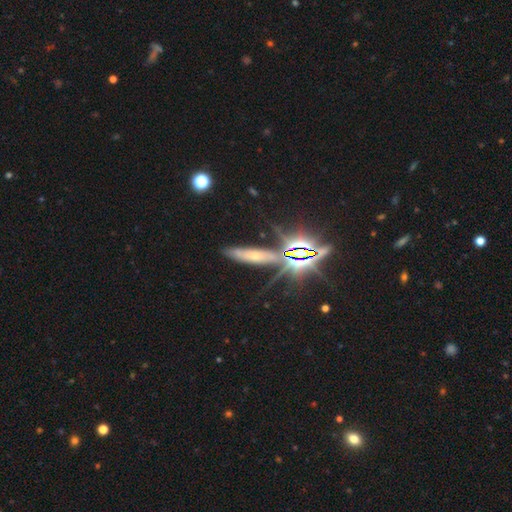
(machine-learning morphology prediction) This appears to be a star or artifact, not a galaxy (39%).